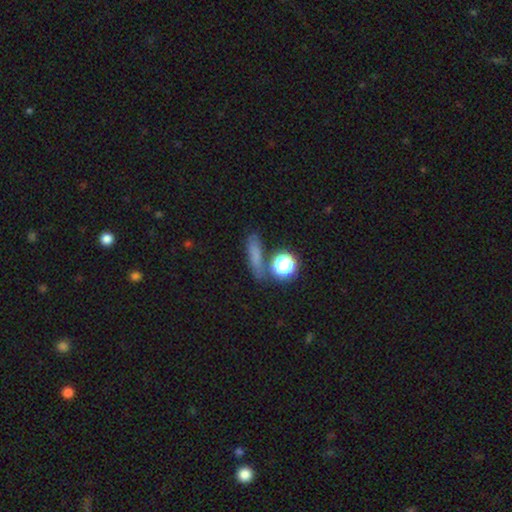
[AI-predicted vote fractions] This appears to be a smooth galaxy with no disk features (68%) that is cigar-shaped (52%). Merging: none (67%).